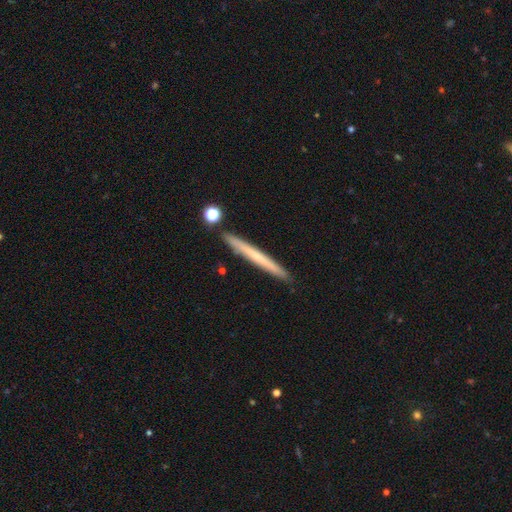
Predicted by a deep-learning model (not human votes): A smooth galaxy with no disk features (50%) that is cigar-shaped (97%).

Vote fractions:
- Smooth or featured? smooth: 50% / featured or disk: 43% / star or artifact: 6%
- How rounded? cigar-shaped: 97% / in between: 2% / round: 1%
- Merging? none: 89% / minor disturbance: 7% / merger: 3% / major disturbance: 1%